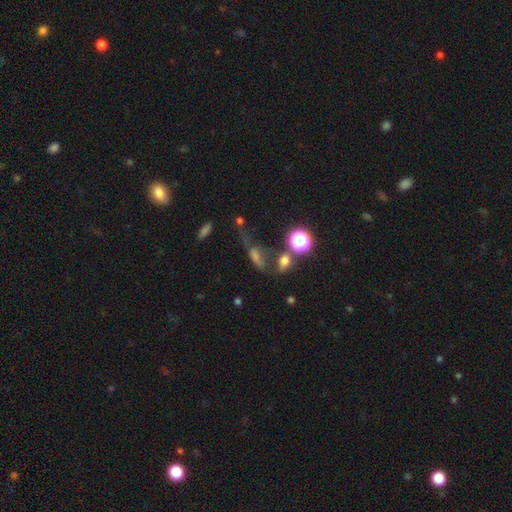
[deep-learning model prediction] Morphology: type=smooth (40%); merging=none (42%).